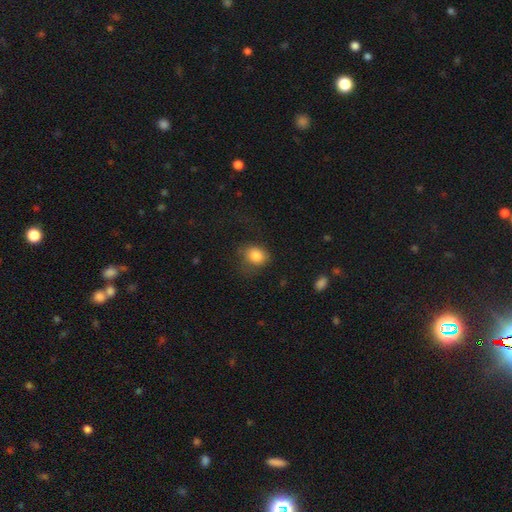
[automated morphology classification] A smooth galaxy with no disk features (83%) that is round (57%). Merging: none (60%).